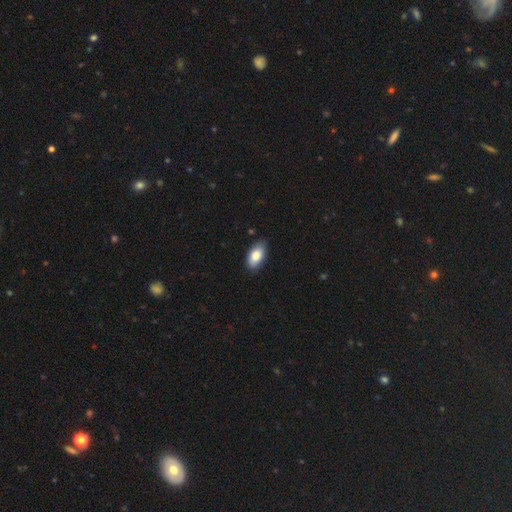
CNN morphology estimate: This is clearly a smooth galaxy (83%). How rounded: clearly in between (93%). Merging: clearly none (85%).